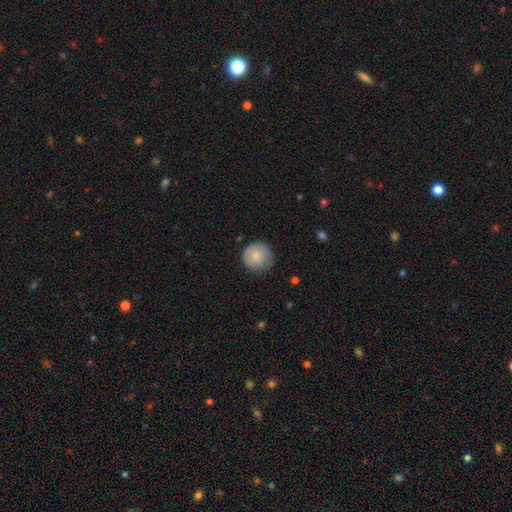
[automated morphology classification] This is clearly a smooth galaxy (82%). How rounded: clearly round (94%). Merging: clearly none (80%).